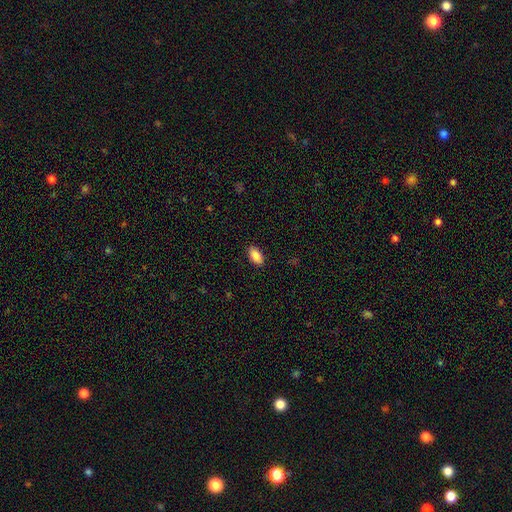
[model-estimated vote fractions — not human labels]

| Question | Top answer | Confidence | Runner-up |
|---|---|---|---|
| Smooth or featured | smooth | 87% | star or artifact (7%) |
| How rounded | in between | 93% | cigar-shaped (4%) |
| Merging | none | 89% | minor disturbance (8%) |